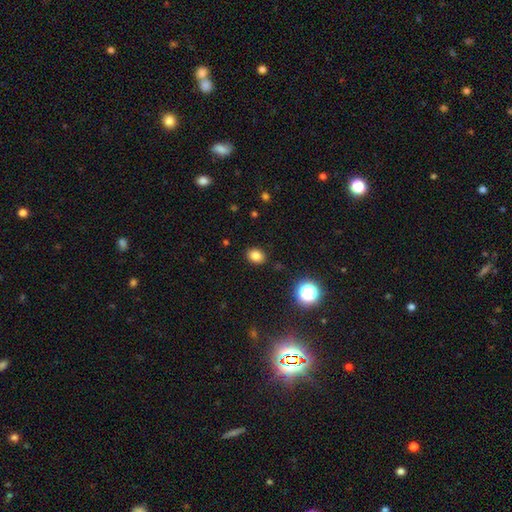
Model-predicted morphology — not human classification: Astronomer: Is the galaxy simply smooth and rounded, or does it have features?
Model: smooth — 81%.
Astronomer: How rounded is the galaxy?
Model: in between — 53% (runner-up: round, 46%).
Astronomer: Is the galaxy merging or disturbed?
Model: none — 88%.